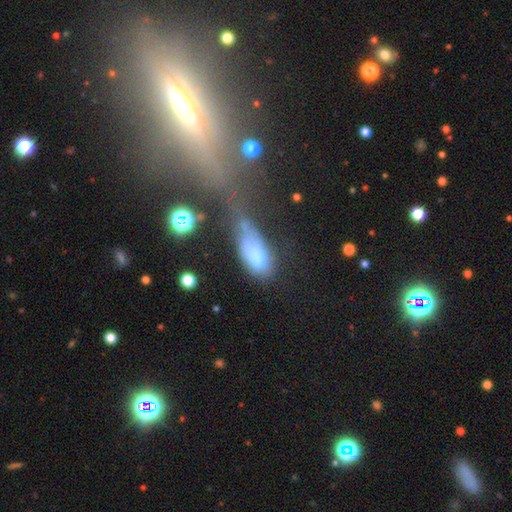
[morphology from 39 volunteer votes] Smooth or featured? smooth (77%)
How rounded? in between (93%)
Merging? minor disturbance (41%)